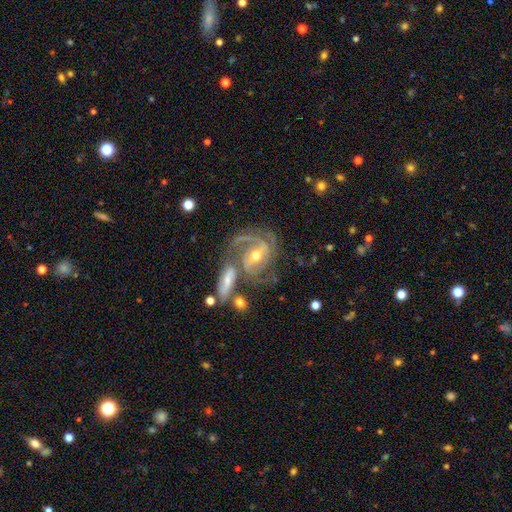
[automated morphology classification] Smooth or featured? Predicted: featured or disk (p=0.90). Edge-on disk? Predicted: no (p=0.96). Bar? Predicted: weak (p=0.41). Spiral arms? Predicted: yes (p=0.97). Spiral winding? Predicted: medium (p=0.45). Spiral arm count? Predicted: 2 (p=0.41). Bulge size? Predicted: moderate (p=0.57). Merging? Predicted: none (p=0.47).